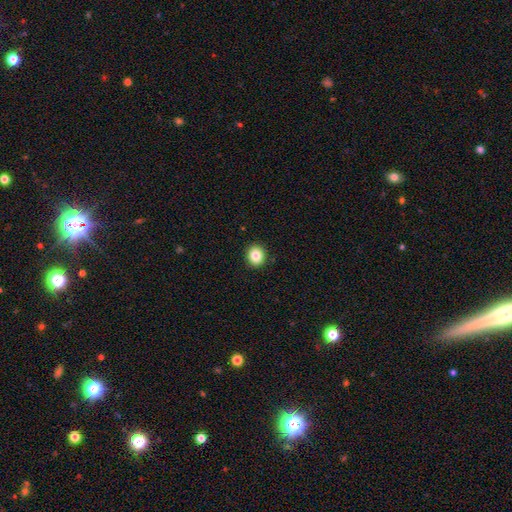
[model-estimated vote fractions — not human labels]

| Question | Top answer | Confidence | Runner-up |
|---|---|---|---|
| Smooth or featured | smooth | 84% | star or artifact (10%) |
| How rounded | round | 80% | in between (19%) |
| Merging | none | 92% | minor disturbance (5%) |